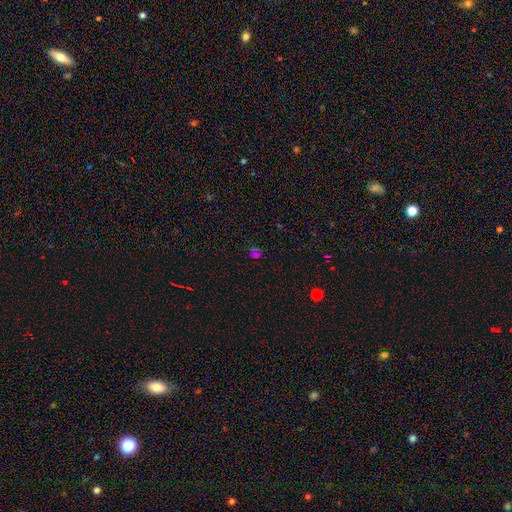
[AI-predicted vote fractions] Smooth or featured? Predicted: star or artifact (p=0.49).